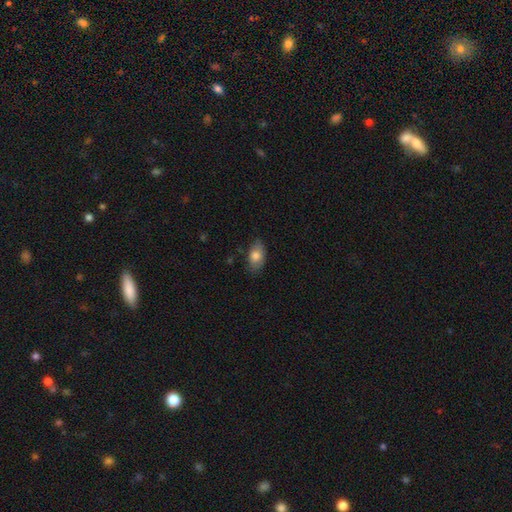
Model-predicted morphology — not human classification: The model was most divided on "merging": none: 75%, minor disturbance: 20%, major disturbance: 4%, merger: 1%. More confident: how rounded — in between (91%); smooth or featured — smooth (76%).